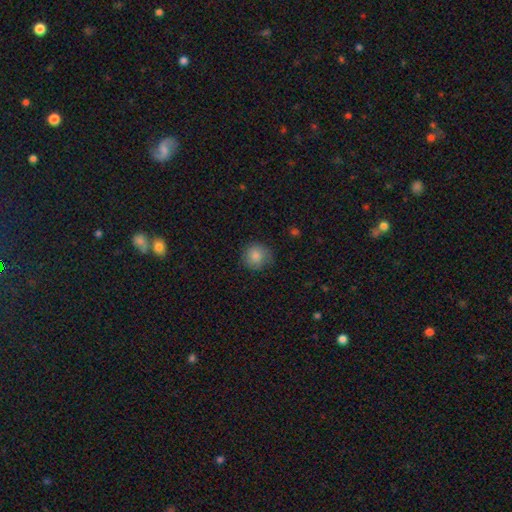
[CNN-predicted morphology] A smooth galaxy with no disk features (84%) that is round (91%).

Vote fractions:
- Smooth or featured? smooth: 84% / star or artifact: 9% / featured or disk: 7%
- How rounded? round: 91% / in between: 8% / cigar-shaped: 1%
- Merging? none: 81% / minor disturbance: 14% / major disturbance: 3% / merger: 1%